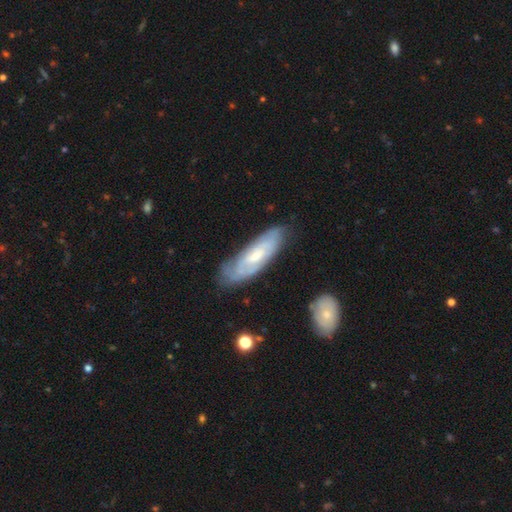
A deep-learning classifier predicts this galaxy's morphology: Overall: featured or disk (64%; smooth 30%). Edge-on disk: no (77%). Merging: none (70%).